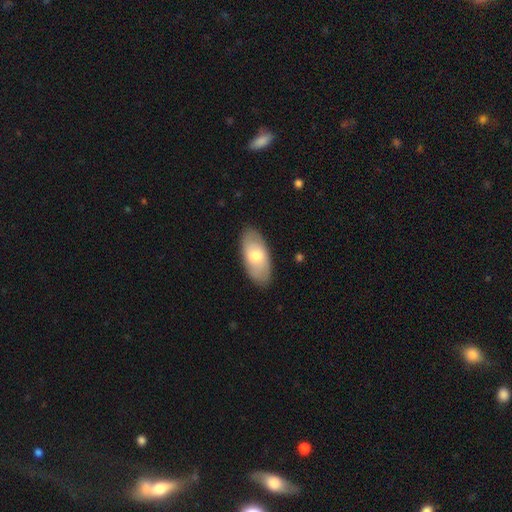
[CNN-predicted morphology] This is likely a smooth galaxy (66%). How rounded: clearly in between (92%). Merging: clearly none (86%).